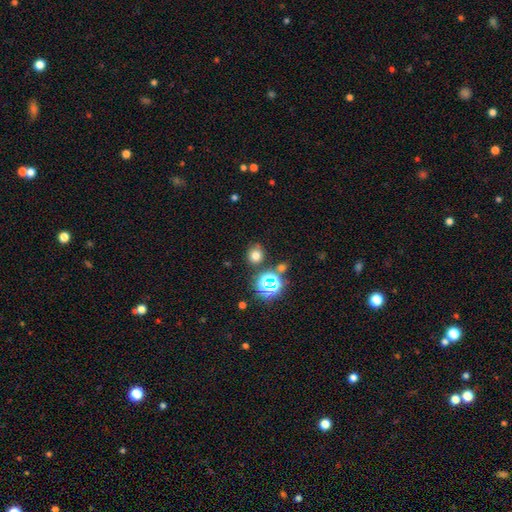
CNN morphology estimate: Smooth or featured: smooth — 68% (star or artifact — 24%)
How rounded: round — 84% (in between — 15%)
Merging: none — 81% (minor disturbance — 10%)